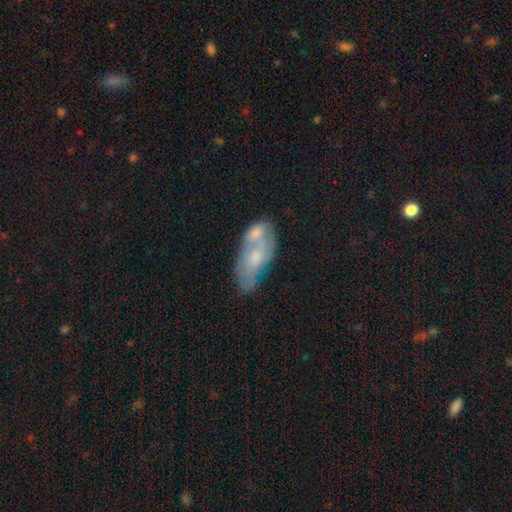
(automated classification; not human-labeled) A featured or disk galaxy (53%).

Vote fractions:
- Smooth or featured? featured or disk: 53% / smooth: 39% / star or artifact: 8%
- Edge-on disk? no: 91% / yes: 9%
- Merging? merger: 43% / none: 29% / minor disturbance: 17% / major disturbance: 10%